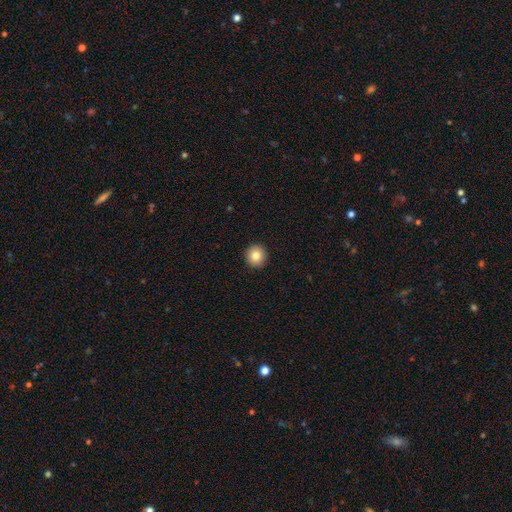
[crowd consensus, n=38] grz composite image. It shows a smooth galaxy with no disk features (87%) that is round (94%). Merging: none (100%).